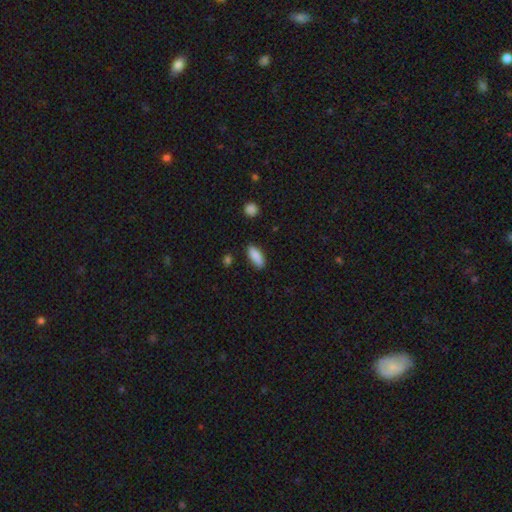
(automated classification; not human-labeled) This is clearly a smooth galaxy (88%). How rounded: likely in between (79%). Merging: clearly none (81%).